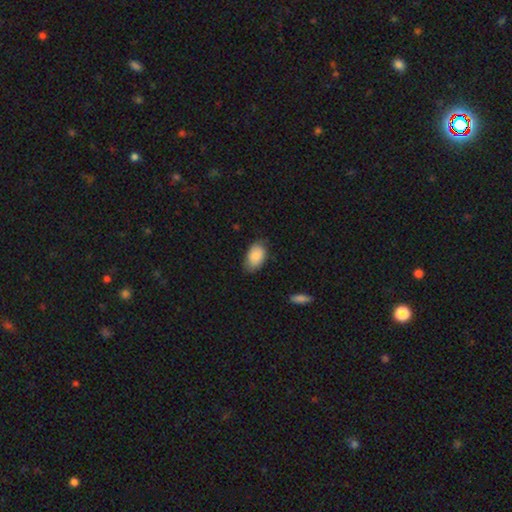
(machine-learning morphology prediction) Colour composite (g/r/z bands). It shows a smooth galaxy with no disk features (87%) that is in between round and cigar-shaped (92%). Merging: none (73%).